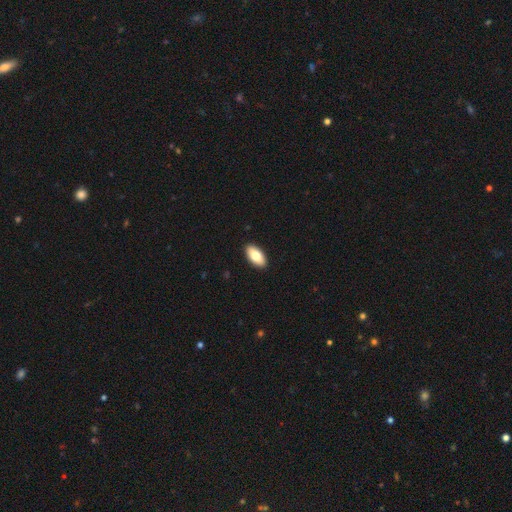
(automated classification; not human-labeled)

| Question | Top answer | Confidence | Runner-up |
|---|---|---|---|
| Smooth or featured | smooth | 79% | featured or disk (15%) |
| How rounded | in between | 93% | cigar-shaped (4%) |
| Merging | none | 92% | minor disturbance (6%) |